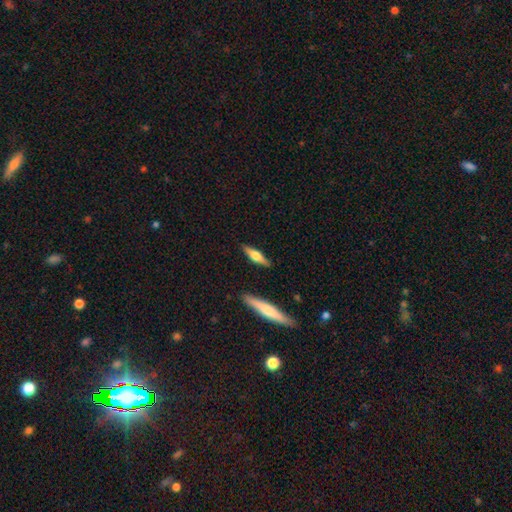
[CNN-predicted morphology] Smooth or featured? smooth (48%)
Merging? none (87%)